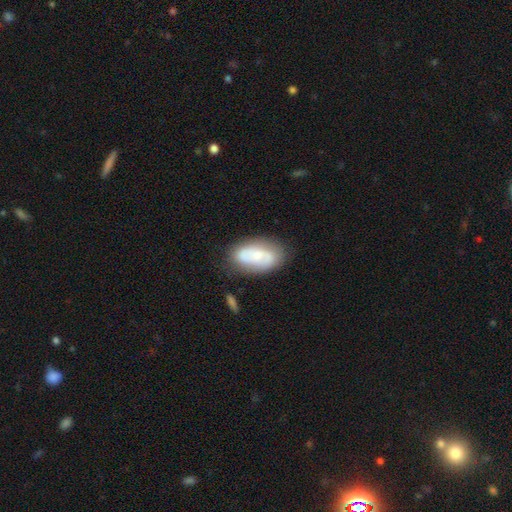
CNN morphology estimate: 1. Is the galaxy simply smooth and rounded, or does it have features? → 47% featured or disk, 46% smooth, 7% star or artifact.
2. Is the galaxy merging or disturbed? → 71% none, 19% minor disturbance, 6% major disturbance, 4% merger.